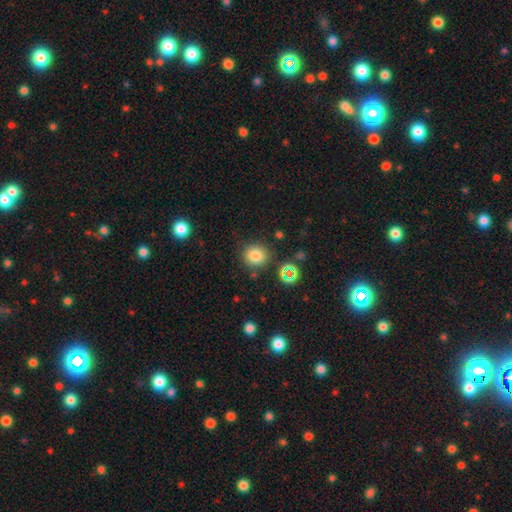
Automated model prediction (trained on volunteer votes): Overall: smooth (79%). How rounded: round (87%). Merging: none (82%).